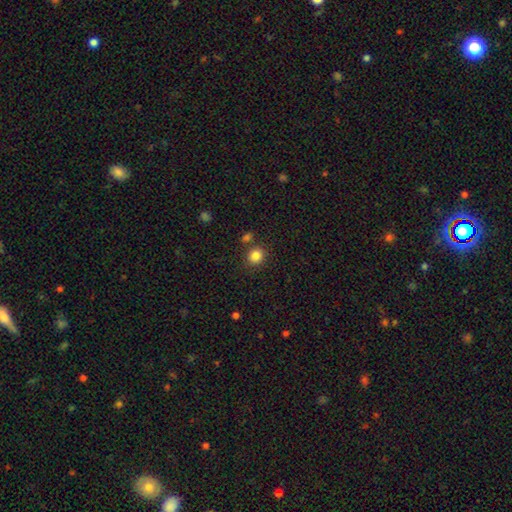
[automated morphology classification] A smooth galaxy with no disk features (84%) that is round (79%). Merging: none (79%).